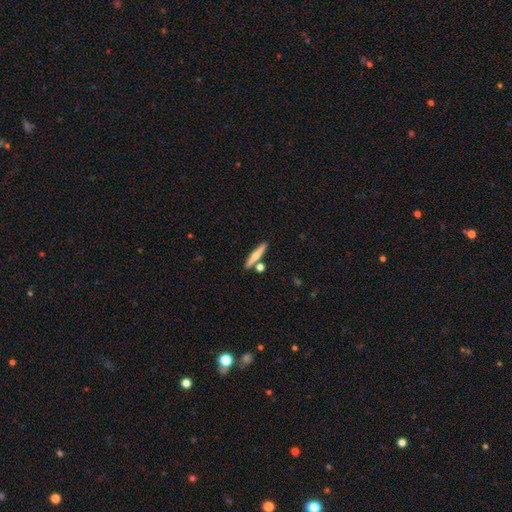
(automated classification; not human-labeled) Overall: smooth (57%; featured or disk 37%). How rounded: cigar-shaped (87%). Merging: none (79%).